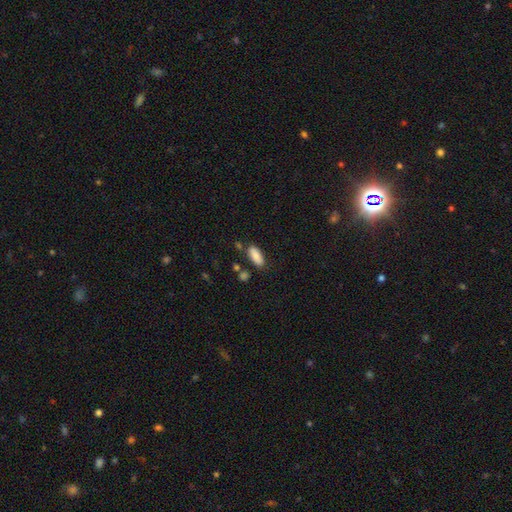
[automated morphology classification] Smooth or featured? smooth (87%)
How rounded? in between (82%)
Merging? none (76%)